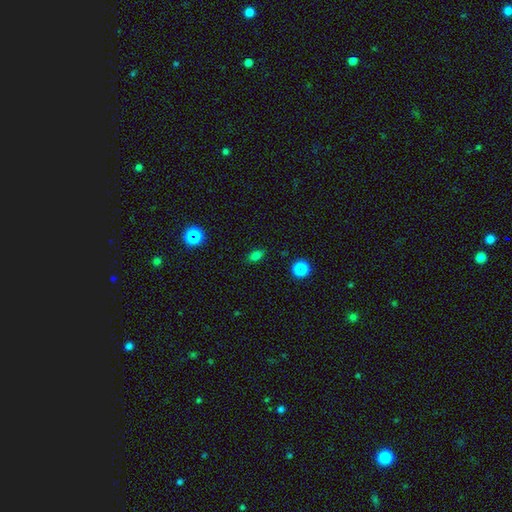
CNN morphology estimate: smooth 77%, star or artifact 17%, featured or disk 7%. Down the decision tree: how rounded — in between (74%); merging — none (84%).